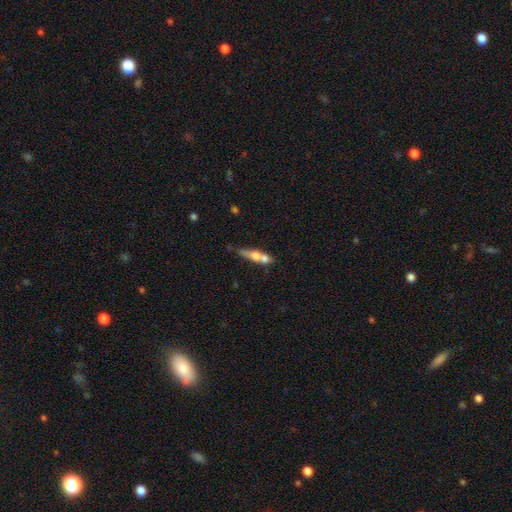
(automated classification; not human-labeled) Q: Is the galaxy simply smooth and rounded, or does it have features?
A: smooth — 52%.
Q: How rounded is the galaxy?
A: cigar-shaped — 58%.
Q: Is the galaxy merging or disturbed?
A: merger — 46%.